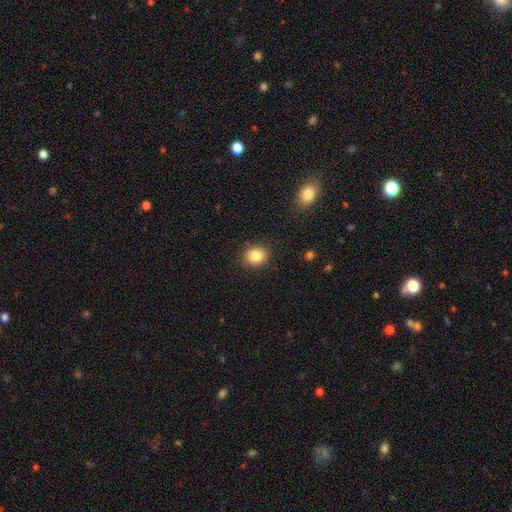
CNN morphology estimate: A smooth galaxy with no disk features (85%) that is round (63%). Merging: none (87%).